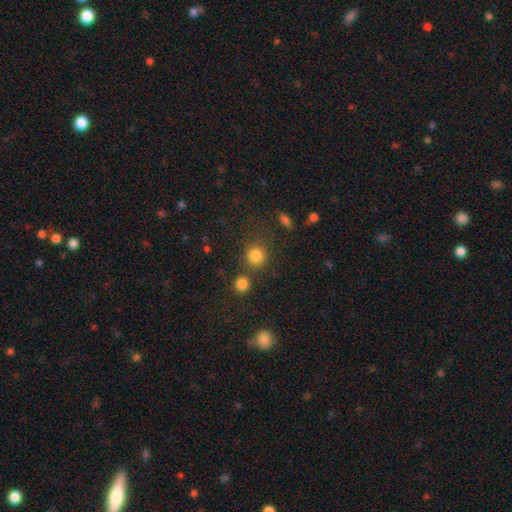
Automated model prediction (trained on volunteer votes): smooth-or-featured: smooth: 83% | star or artifact: 12% | featured or disk: 5%
  how-rounded: round: 88% | in between: 11% | cigar-shaped: 1%
  merging: none: 69% | merger: 16% | minor disturbance: 10% | major disturbance: 5%